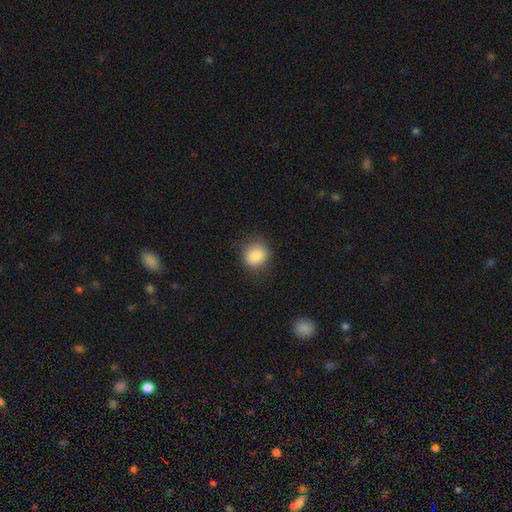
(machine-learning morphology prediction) smooth_or_featured: smooth (p=0.86) [alt: star or artifact p=0.09]
how_rounded: round (p=0.77) [alt: in between p=0.22]
merging: none (p=0.83) [alt: minor disturbance p=0.13]